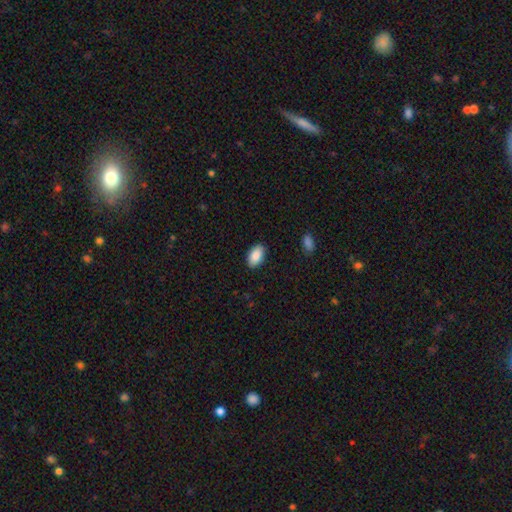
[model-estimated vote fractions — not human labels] A smooth galaxy with no disk features (89%) that is in between round and cigar-shaped (94%).

Vote fractions:
- Smooth or featured? smooth: 89% / star or artifact: 7% / featured or disk: 5%
- How rounded? in between: 94% / round: 5% / cigar-shaped: 2%
- Merging? none: 88% / minor disturbance: 9% / major disturbance: 2% / merger: 1%